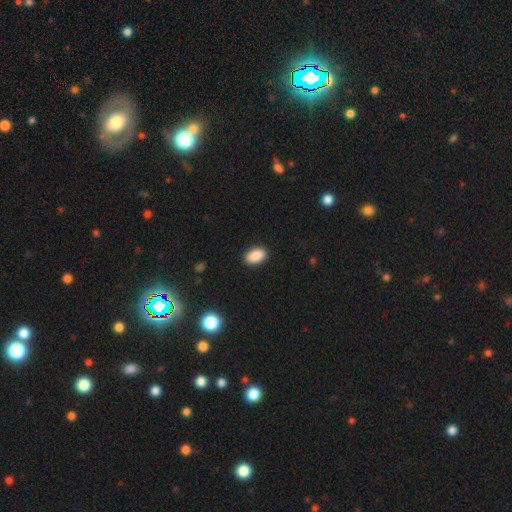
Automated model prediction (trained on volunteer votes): Overall: smooth (89%). How rounded: in between (92%). Merging: none (89%).